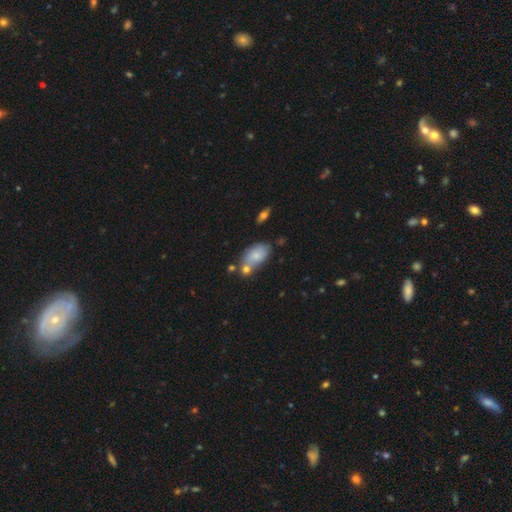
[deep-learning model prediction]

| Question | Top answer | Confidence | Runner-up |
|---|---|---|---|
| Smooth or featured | smooth | 69% | featured or disk (22%) |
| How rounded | in between | 90% | round (8%) |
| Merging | none | 45% | merger (25%) |